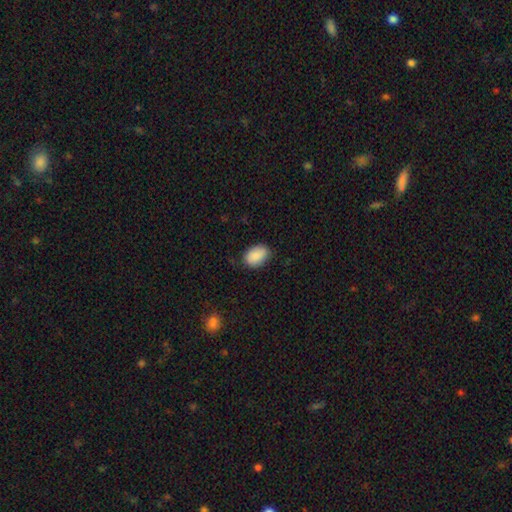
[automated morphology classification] Smooth or featured: smooth — 89% (star or artifact — 7%)
How rounded: in between — 86% (round — 13%)
Merging: none — 80% (minor disturbance — 16%)